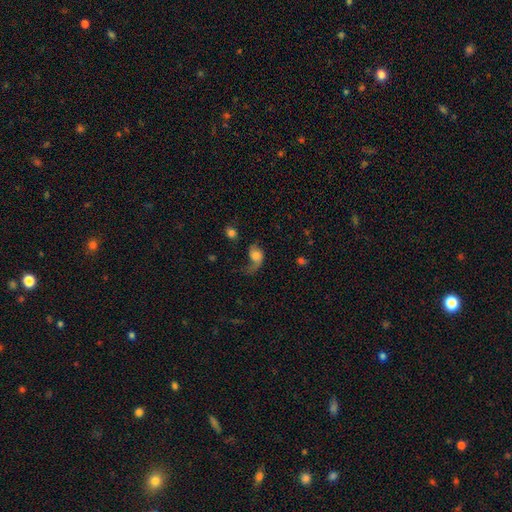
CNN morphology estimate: type=featured or disk (47%); merging=major disturbance (48%).